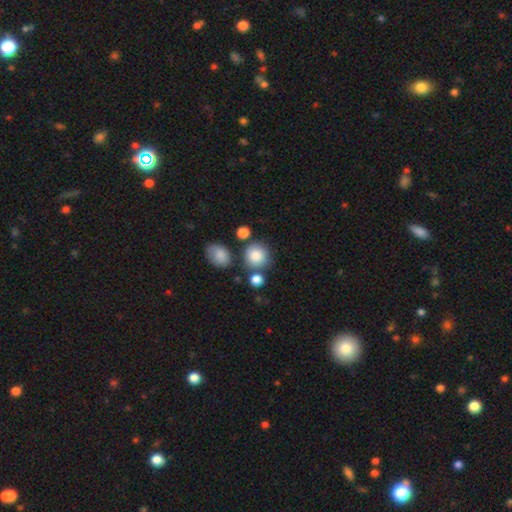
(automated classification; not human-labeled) Smooth or featured? Predicted: smooth (p=0.85). How rounded? Predicted: round (p=0.85). Merging? Predicted: none (p=0.69).